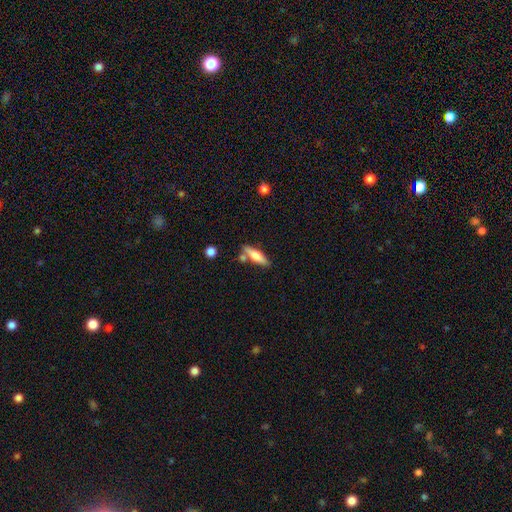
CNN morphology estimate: Smooth or featured: smooth — 52% (featured or disk — 42%)
How rounded: cigar-shaped — 67% (in between — 30%)
Merging: none — 73% (minor disturbance — 12%)